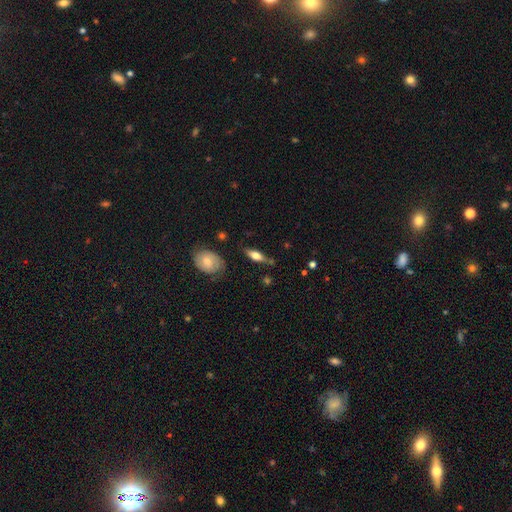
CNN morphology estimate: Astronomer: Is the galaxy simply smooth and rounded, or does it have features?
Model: featured or disk — 47% (runner-up: smooth, 46%).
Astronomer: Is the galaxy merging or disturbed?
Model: none — 75%.